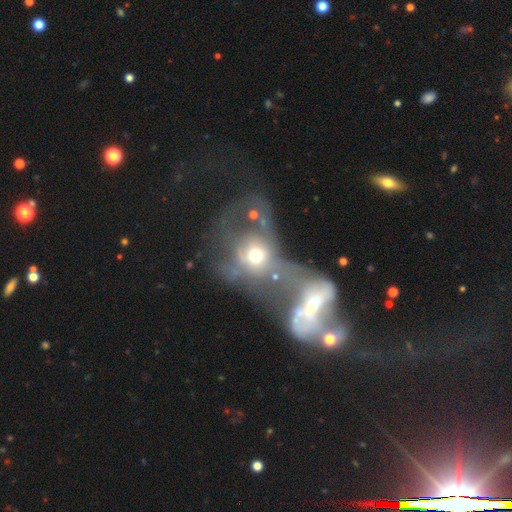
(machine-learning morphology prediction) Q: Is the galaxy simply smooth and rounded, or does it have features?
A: featured or disk — 47%.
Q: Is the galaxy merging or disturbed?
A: merger — 62%.